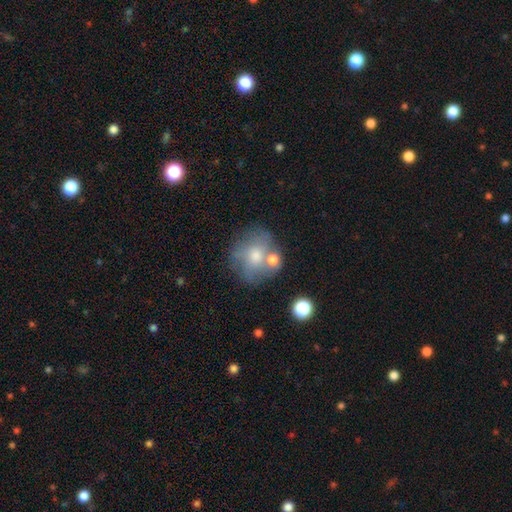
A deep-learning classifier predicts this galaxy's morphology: A smooth galaxy with no disk features (56%) that is round (82%).

Vote fractions:
- Smooth or featured? smooth: 56% / featured or disk: 33% / star or artifact: 11%
- How rounded? round: 82% / in between: 17% / cigar-shaped: 1%
- Merging? none: 57% / merger: 19% / minor disturbance: 16% / major disturbance: 8%